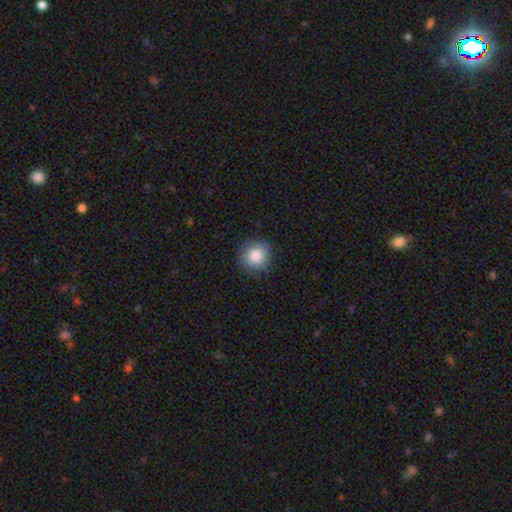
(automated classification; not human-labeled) Smooth or featured?
  - smooth: 84% *
  - star or artifact: 9%
  - featured or disk: 7%
How rounded?
  - round: 88% *
  - in between: 11%
  - cigar-shaped: 1%
Merging?
  - none: 85% *
  - minor disturbance: 11%
  - major disturbance: 3%
  - merger: 1%